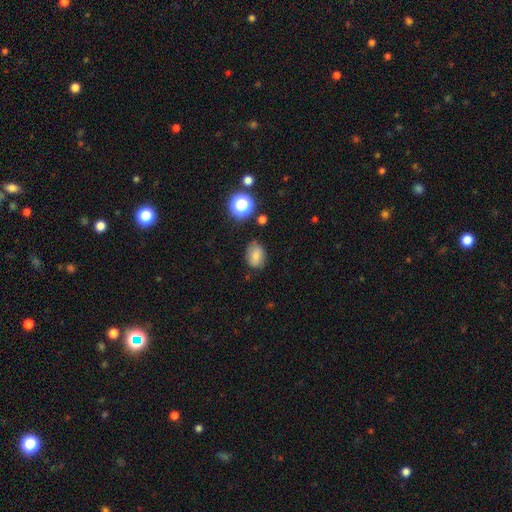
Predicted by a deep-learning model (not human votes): smooth-or-featured: smooth: 77% | star or artifact: 13% | featured or disk: 10%
  how-rounded: in between: 68% | round: 31% | cigar-shaped: 1%
  merging: none: 73% | minor disturbance: 20% | major disturbance: 4% | merger: 3%